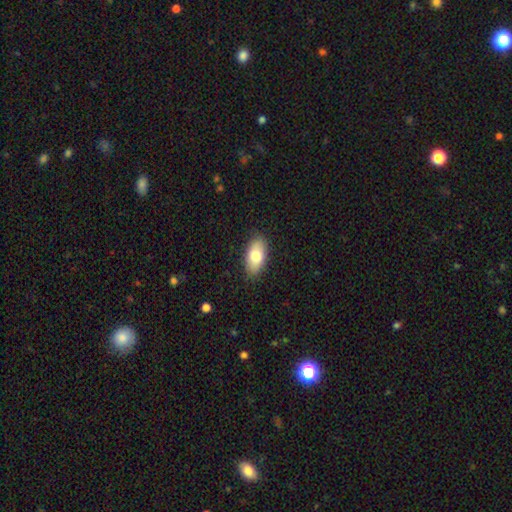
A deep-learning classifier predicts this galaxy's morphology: Q: Smooth or featured?
A: smooth (79%); runner-up: featured or disk (15%)
Q: How rounded?
A: in between (92%); runner-up: cigar-shaped (5%)
Q: Merging?
A: none (87%); runner-up: minor disturbance (10%)